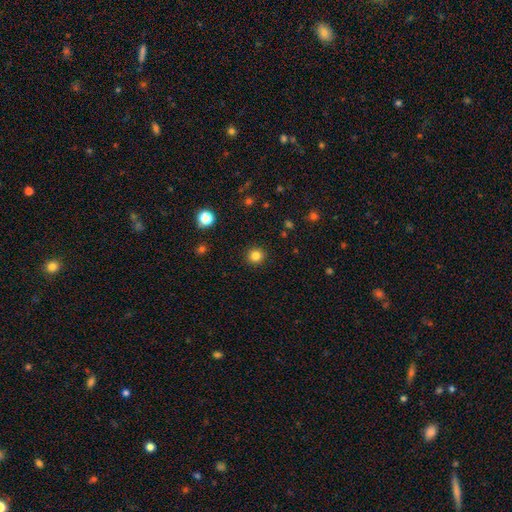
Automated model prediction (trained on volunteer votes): Smooth or featured? Predicted: smooth (p=0.82). How rounded? Predicted: round (p=0.94). Merging? Predicted: none (p=0.92).